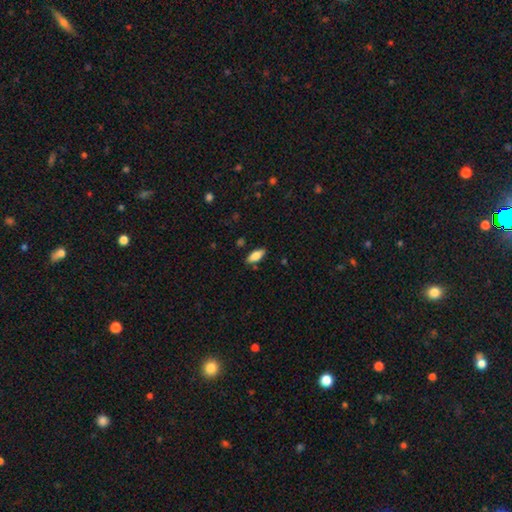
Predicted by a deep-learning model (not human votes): Morphology: type=smooth (78%); roundness=in between (78%); merging=none (83%).